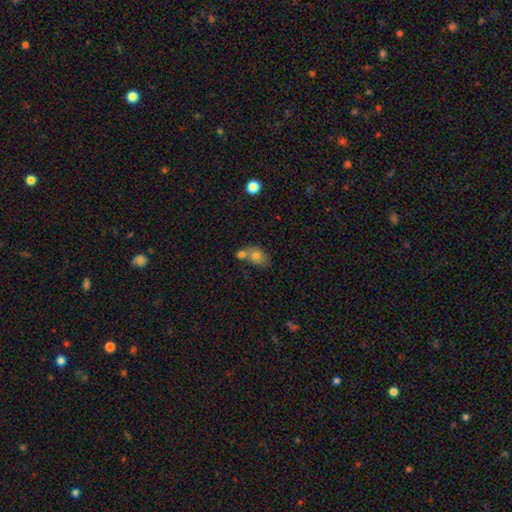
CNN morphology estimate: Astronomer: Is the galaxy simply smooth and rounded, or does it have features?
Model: smooth — 75%.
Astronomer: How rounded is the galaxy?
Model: in between — 65%.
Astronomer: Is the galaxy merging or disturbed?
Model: merger — 50% (runner-up: none, 34%).